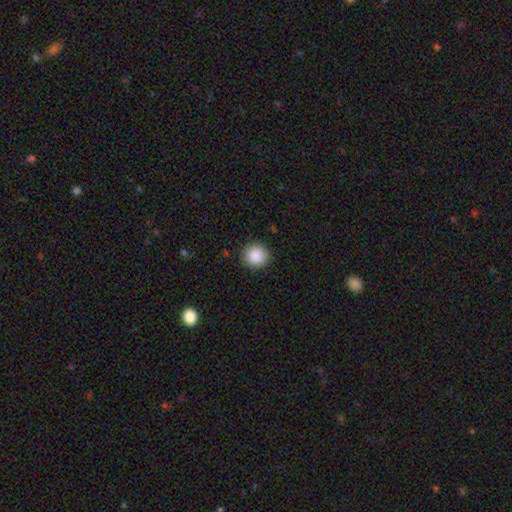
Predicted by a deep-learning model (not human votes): Smooth or featured?
  - smooth: 89% *
  - star or artifact: 8%
  - featured or disk: 3%
How rounded?
  - round: 93% *
  - in between: 6%
  - cigar-shaped: 1%
Merging?
  - none: 90% *
  - minor disturbance: 7%
  - major disturbance: 2%
  - merger: 1%